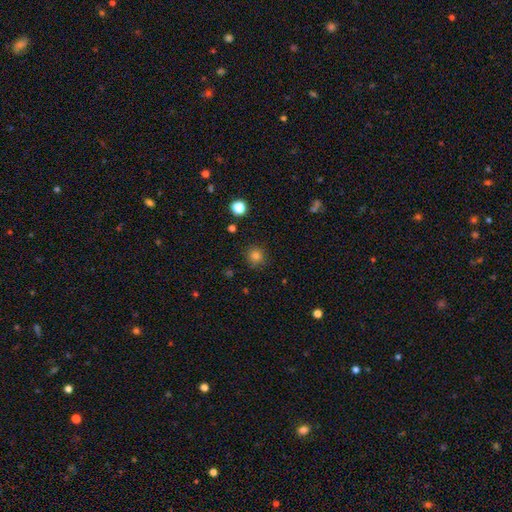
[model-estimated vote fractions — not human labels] The model was most divided on "smooth or featured": smooth: 81%, star or artifact: 14%, featured or disk: 5%. More confident: how rounded — round (90%); merging — none (85%).